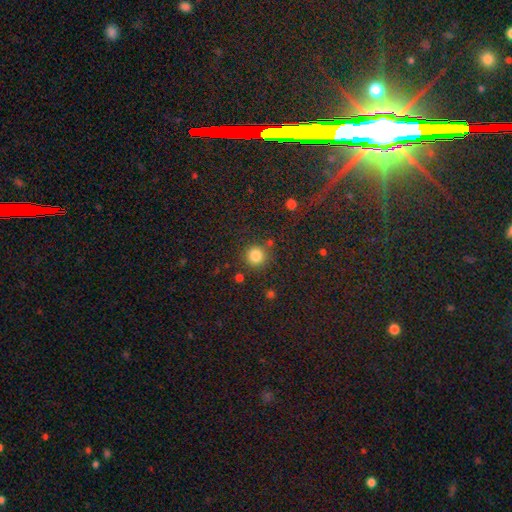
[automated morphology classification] A smooth galaxy with no disk features (83%) that is round (93%). Merging: none (83%).